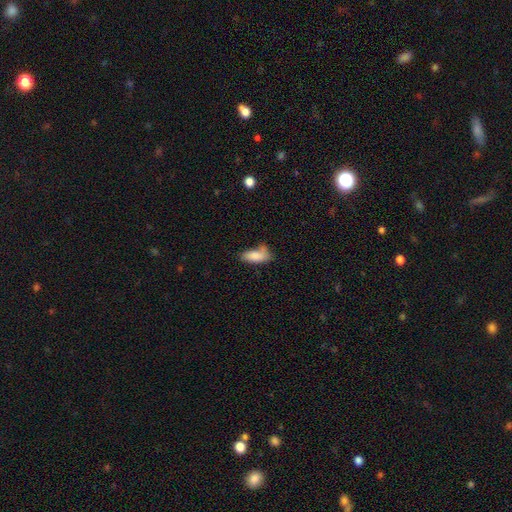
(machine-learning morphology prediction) smooth-or-featured: smooth: 83% | featured or disk: 10% | star or artifact: 8%
  how-rounded: in between: 79% | cigar-shaped: 18% | round: 3%
  merging: none: 48% | minor disturbance: 30% | merger: 12% | major disturbance: 10%